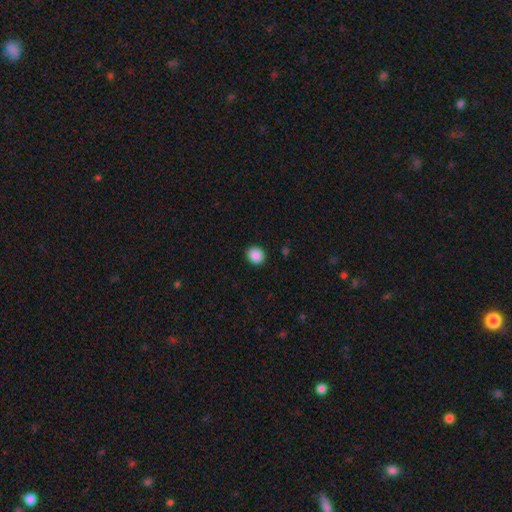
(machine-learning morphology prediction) Q: Smooth or featured?
A: smooth (88%); runner-up: star or artifact (9%)
Q: How rounded?
A: round (85%); runner-up: in between (15%)
Q: Merging?
A: none (91%); runner-up: minor disturbance (6%)